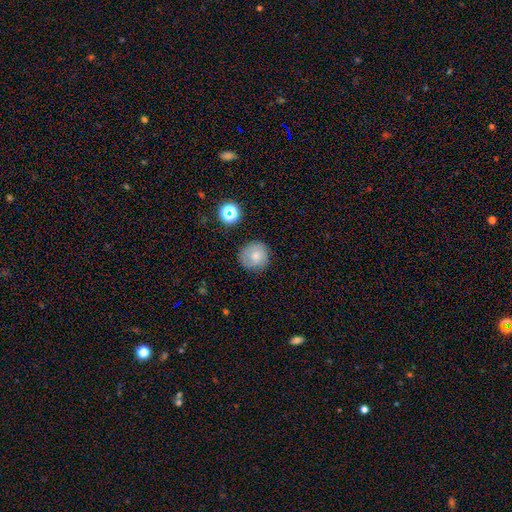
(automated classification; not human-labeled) smooth-or-featured: smooth: 70% | featured or disk: 19% | star or artifact: 11%
  how-rounded: round: 92% | in between: 7% | cigar-shaped: 1%
  merging: none: 81% | minor disturbance: 13% | major disturbance: 4% | merger: 3%